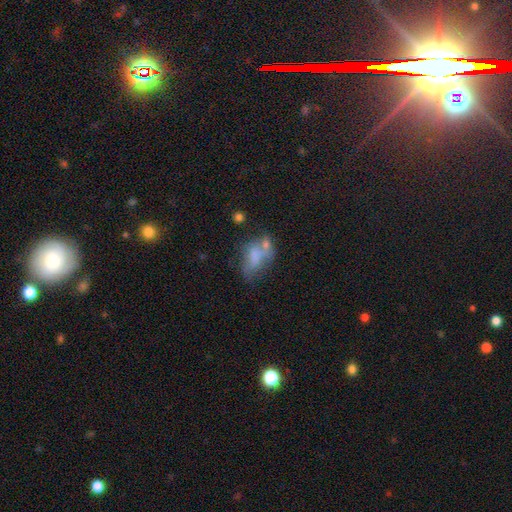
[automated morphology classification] Overall: smooth (54%; featured or disk 33%). How rounded: in between (84%). Merging: merger (30%; major disturbance 25%).